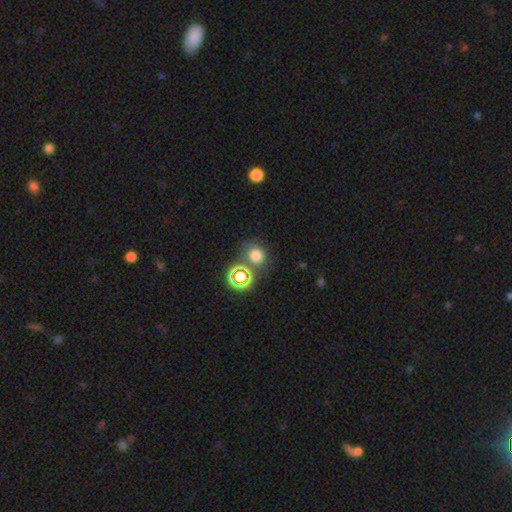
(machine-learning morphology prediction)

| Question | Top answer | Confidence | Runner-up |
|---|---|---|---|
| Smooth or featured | smooth | 72% | star or artifact (21%) |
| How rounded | round | 77% | in between (22%) |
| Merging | none | 66% | merger (18%) |